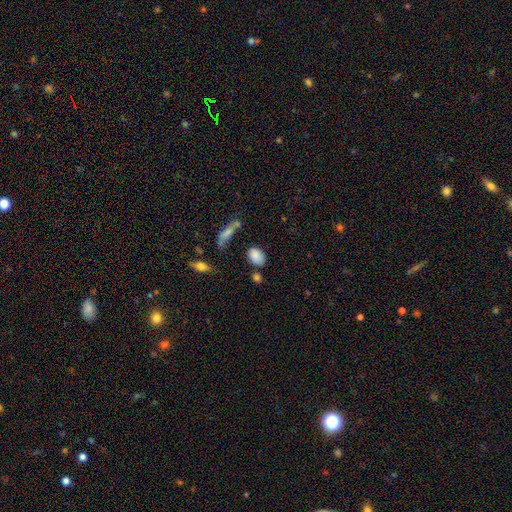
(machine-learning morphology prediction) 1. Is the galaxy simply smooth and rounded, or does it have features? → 84% smooth, 9% star or artifact, 7% featured or disk.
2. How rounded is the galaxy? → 85% in between, 13% round, 2% cigar-shaped.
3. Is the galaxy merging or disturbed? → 68% none, 19% minor disturbance, 8% merger, 5% major disturbance.